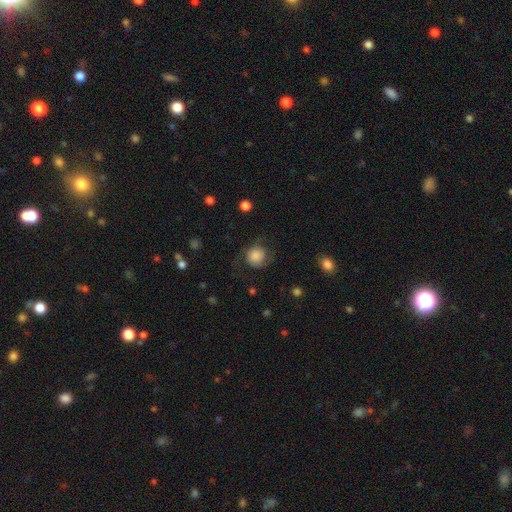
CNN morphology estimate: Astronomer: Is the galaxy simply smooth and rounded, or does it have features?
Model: smooth — 67%.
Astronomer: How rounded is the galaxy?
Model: round — 87%.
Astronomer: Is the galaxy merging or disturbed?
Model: none — 67%.